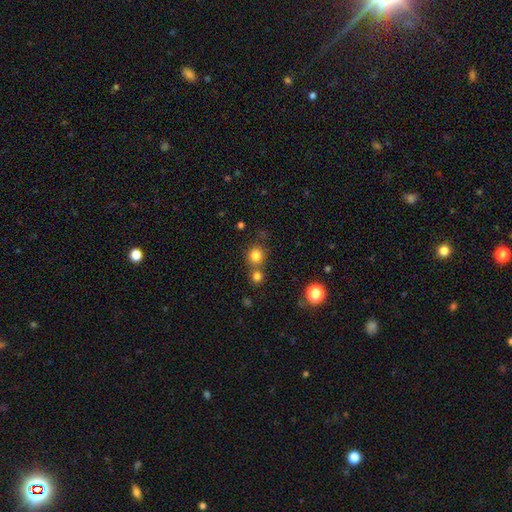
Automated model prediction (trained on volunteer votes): smooth_or_featured: smooth (p=0.80) [alt: star or artifact p=0.14]
how_rounded: round (p=0.88) [alt: in between p=0.11]
merging: none (p=0.64) [alt: merger p=0.25]